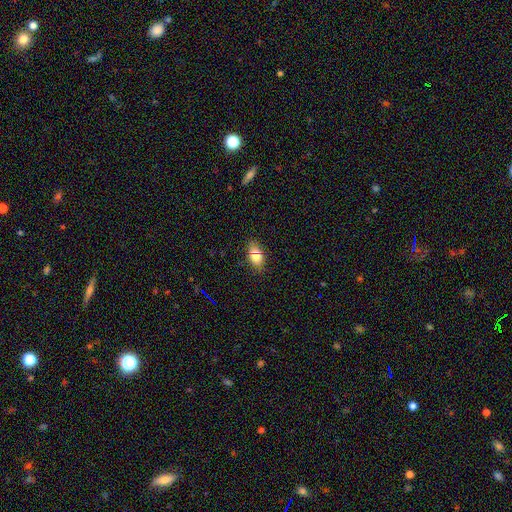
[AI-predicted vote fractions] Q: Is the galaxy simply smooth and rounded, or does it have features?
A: smooth — 76%.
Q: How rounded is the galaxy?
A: in between — 85%.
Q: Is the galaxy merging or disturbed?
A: none — 79%.